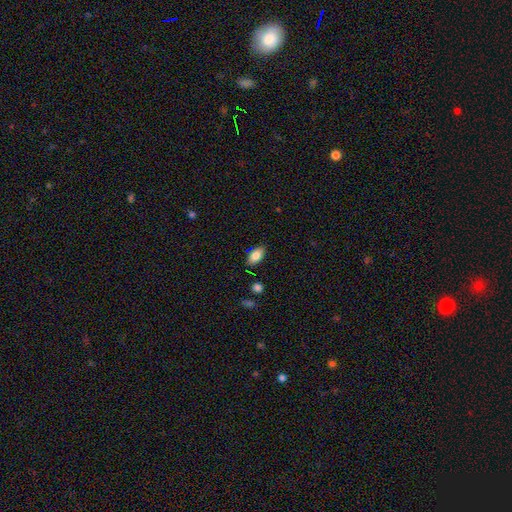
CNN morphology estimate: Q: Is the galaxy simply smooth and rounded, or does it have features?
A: smooth — 82%.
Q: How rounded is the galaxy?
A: in between — 90%.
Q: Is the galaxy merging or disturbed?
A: none — 83%.